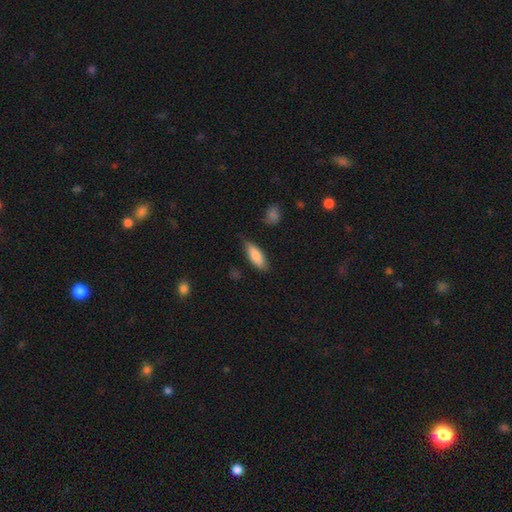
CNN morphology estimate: The model was most divided on "how rounded": in between: 73%, cigar-shaped: 25%, round: 2%. More confident: smooth or featured — smooth (84%); merging — none (73%).